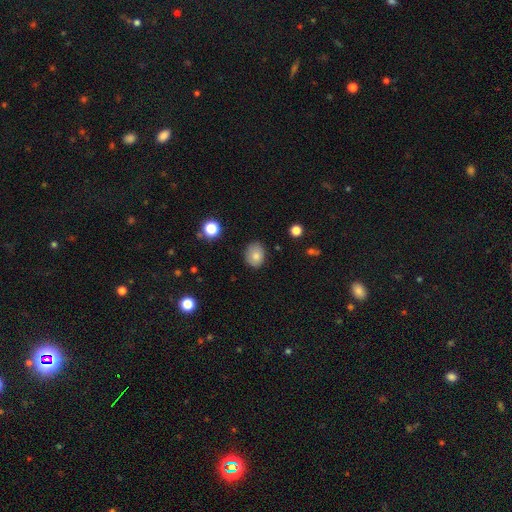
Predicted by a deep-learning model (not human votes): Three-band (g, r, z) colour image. It shows a smooth galaxy with no disk features (80%) that is in between round and cigar-shaped (55%). Merging: none (79%).